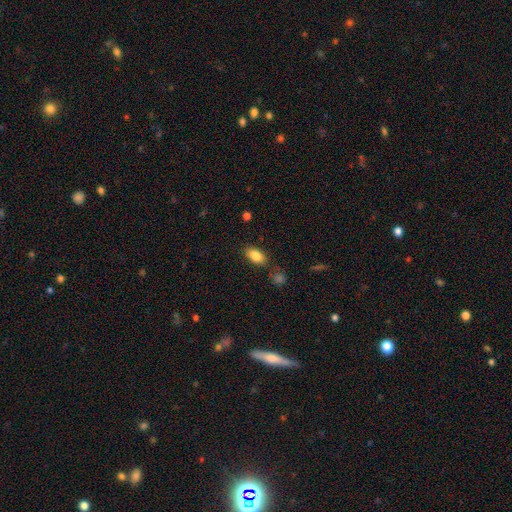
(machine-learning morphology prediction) Smooth or featured?
  - smooth: 85% *
  - featured or disk: 8%
  - star or artifact: 8%
How rounded?
  - in between: 91% *
  - round: 5%
  - cigar-shaped: 4%
Merging?
  - none: 80% *
  - minor disturbance: 13%
  - merger: 4%
  - major disturbance: 3%